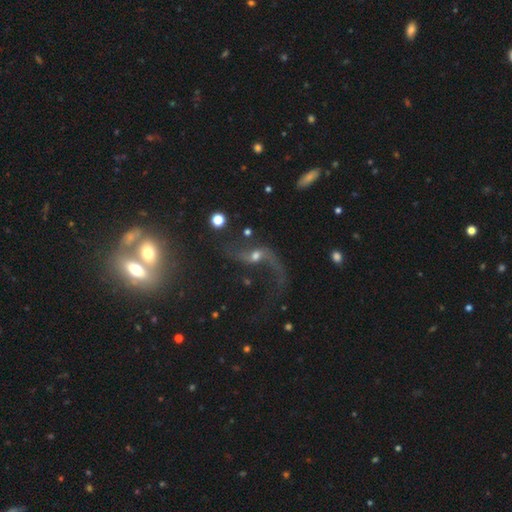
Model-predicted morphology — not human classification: A featured or disk galaxy (79%) with no bar (57%), 2 (81%) loose (93%) spiral arms (89%) and a moderate central bulge (48%).

Vote fractions:
- Smooth or featured? featured or disk: 79% / star or artifact: 11% / smooth: 10%
- Edge-on disk? no: 94% / yes: 6%
- Bar? no: 57% / weak: 31% / strong: 12%
- Spiral arms? yes: 89% / no: 11%
- Spiral winding? loose: 93% / medium: 5% / tight: 2%
- Spiral arm count? 2: 81% / 1: 14% / can't tell: 2% / 3: 1% / 4: 1% / more than 4: 1%
- Bulge size? moderate: 48% / small: 40% / large: 6% / none: 4% / dominant: 2%
- Merging? none: 49% / major disturbance: 28% / minor disturbance: 15% / merger: 9%